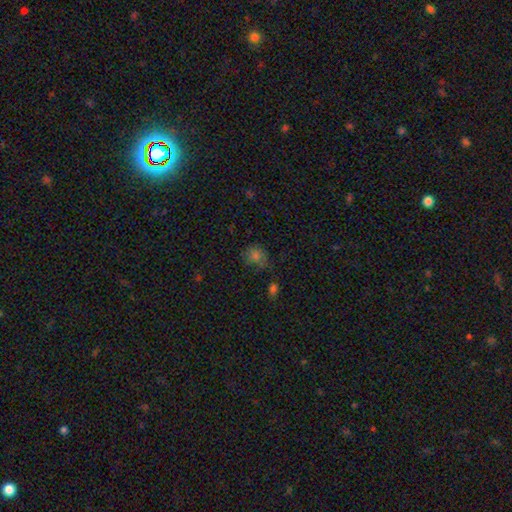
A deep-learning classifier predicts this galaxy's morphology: Smooth or featured? Predicted: smooth (p=0.71). How rounded? Predicted: round (p=0.69). Merging? Predicted: none (p=0.58).